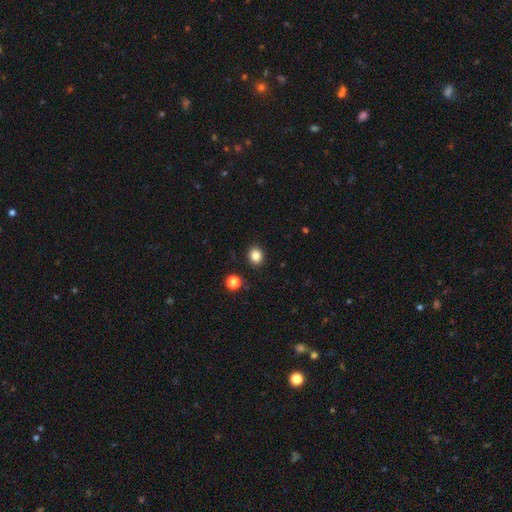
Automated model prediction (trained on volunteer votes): A smooth galaxy with no disk features (84%) that is round (70%). Merging: none (90%).